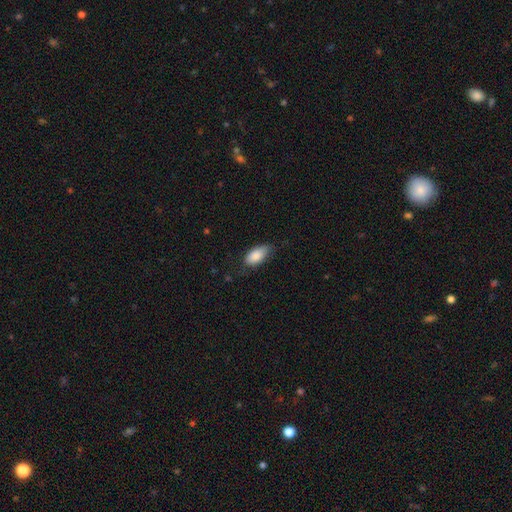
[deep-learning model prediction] Smooth or featured?
  - smooth: 85% *
  - featured or disk: 8%
  - star or artifact: 6%
How rounded?
  - in between: 92% *
  - cigar-shaped: 5%
  - round: 3%
Merging?
  - none: 69% *
  - minor disturbance: 25%
  - major disturbance: 5%
  - merger: 1%